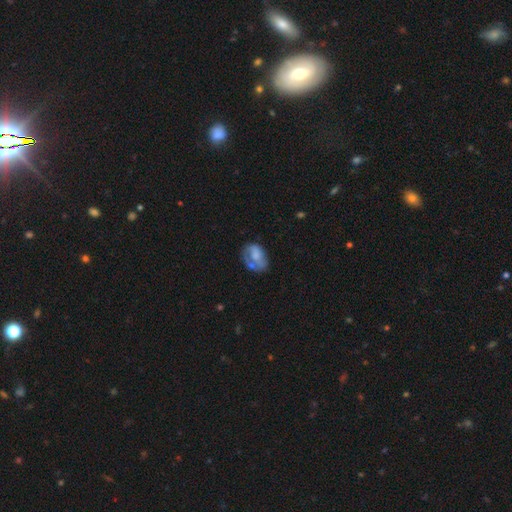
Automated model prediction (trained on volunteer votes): smooth 51%, featured or disk 41%, star or artifact 8%. Down the decision tree: how rounded — in between (76%); merging — none (41%).